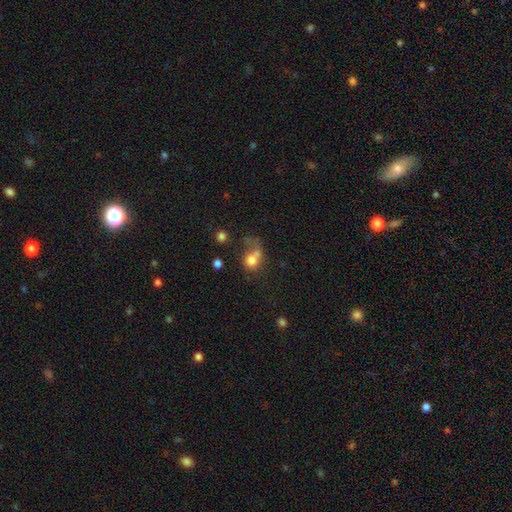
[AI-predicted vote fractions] smooth_or_featured: smooth (p=0.65) [alt: featured or disk p=0.20]
how_rounded: round (p=0.68) [alt: in between p=0.30]
merging: merger (p=0.34) [alt: none p=0.28]